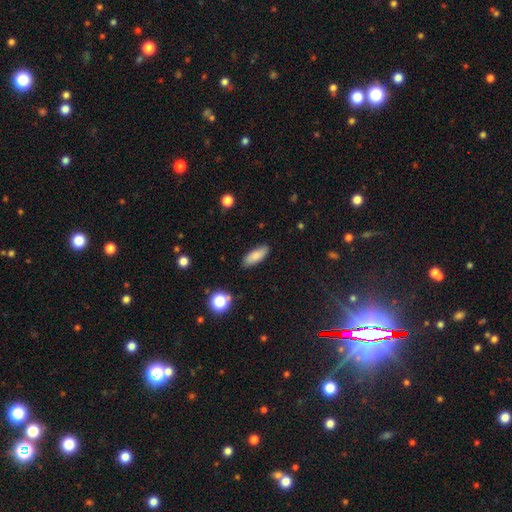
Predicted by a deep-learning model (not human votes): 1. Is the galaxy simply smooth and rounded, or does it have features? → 85% smooth, 8% star or artifact, 8% featured or disk.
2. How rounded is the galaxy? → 72% in between, 25% cigar-shaped, 3% round.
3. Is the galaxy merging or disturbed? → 86% none, 10% minor disturbance, 2% major disturbance, 1% merger.